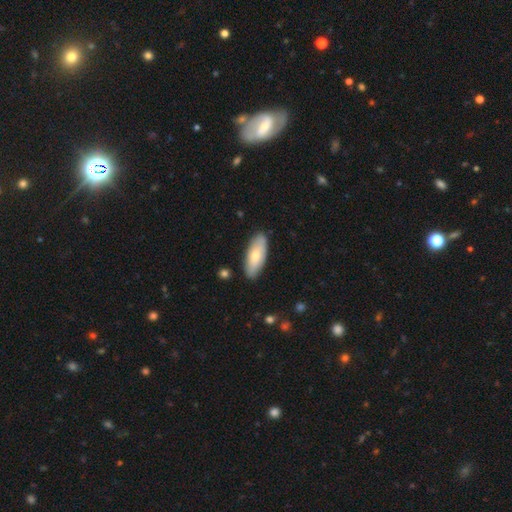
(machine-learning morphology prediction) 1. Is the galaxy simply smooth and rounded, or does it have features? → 67% smooth, 28% featured or disk, 5% star or artifact.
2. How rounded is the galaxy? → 81% in between, 17% cigar-shaped, 2% round.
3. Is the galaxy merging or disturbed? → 85% none, 11% minor disturbance, 2% major disturbance, 2% merger.